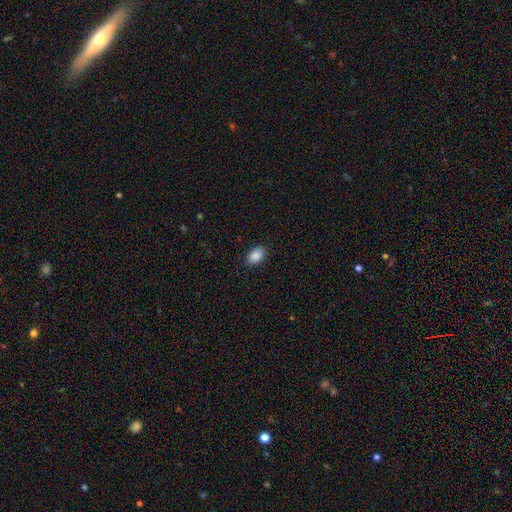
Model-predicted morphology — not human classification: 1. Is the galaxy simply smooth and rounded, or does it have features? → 89% smooth, 8% star or artifact, 3% featured or disk.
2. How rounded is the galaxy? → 86% in between, 13% round, 1% cigar-shaped.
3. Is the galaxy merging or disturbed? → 88% none, 9% minor disturbance, 2% major disturbance, 1% merger.